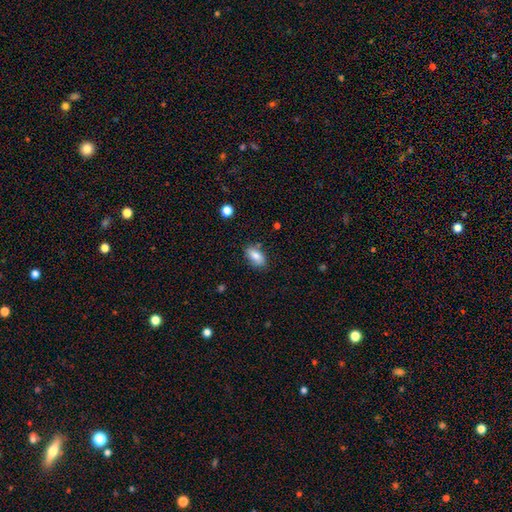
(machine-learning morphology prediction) Smooth or featured? Predicted: smooth (p=0.82). How rounded? Predicted: in between (p=0.91). Merging? Predicted: none (p=0.79).